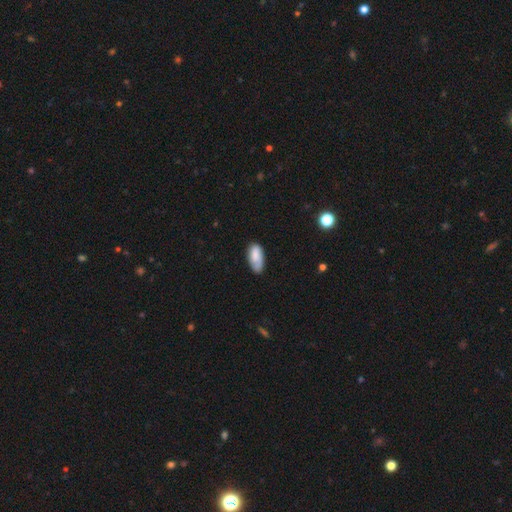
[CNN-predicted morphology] Smooth or featured? Predicted: smooth (p=0.77). How rounded? Predicted: in between (p=0.91). Merging? Predicted: none (p=0.63).